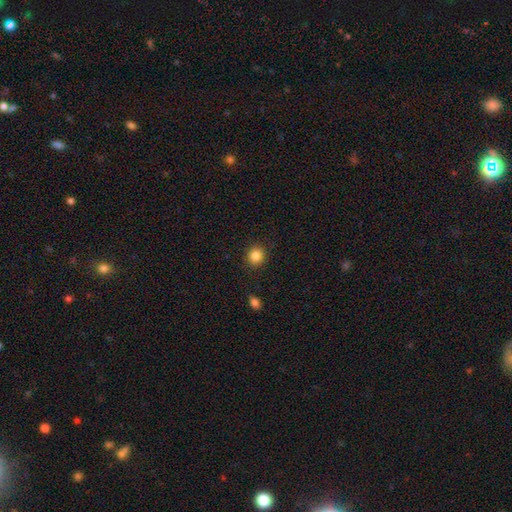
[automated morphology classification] Smooth or featured? Predicted: smooth (p=0.85). How rounded? Predicted: round (p=0.87). Merging? Predicted: none (p=0.90).